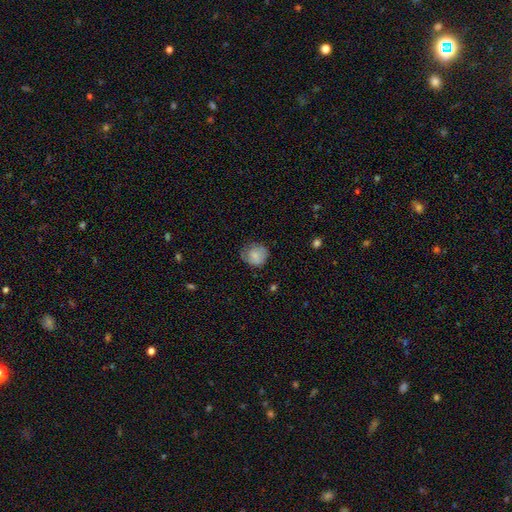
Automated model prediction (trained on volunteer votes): A smooth galaxy with no disk features (78%) that is round (83%). Merging: none (61%).